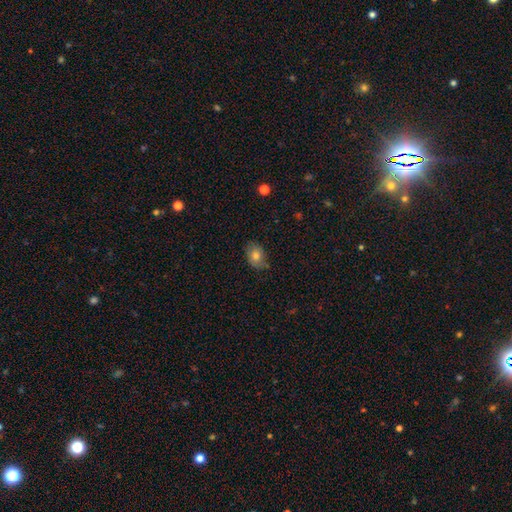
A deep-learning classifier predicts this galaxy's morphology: This appears to be a smooth galaxy with no disk features (76%) that is in between round and cigar-shaped (69%). Merging: none (68%).